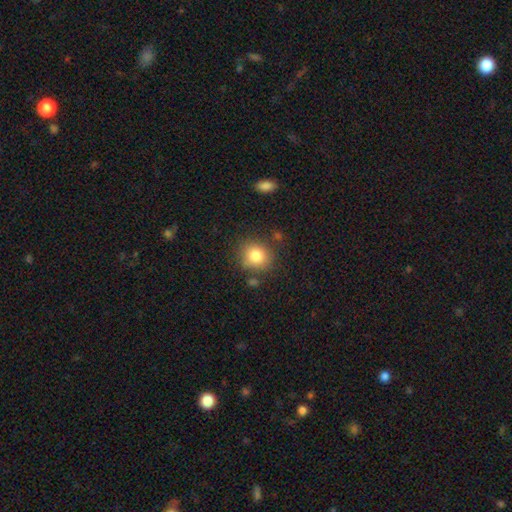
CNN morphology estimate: smooth-or-featured: smooth: 84% | star or artifact: 9% | featured or disk: 7%
  how-rounded: round: 82% | in between: 17% | cigar-shaped: 1%
  merging: none: 77% | minor disturbance: 13% | merger: 5% | major disturbance: 4%